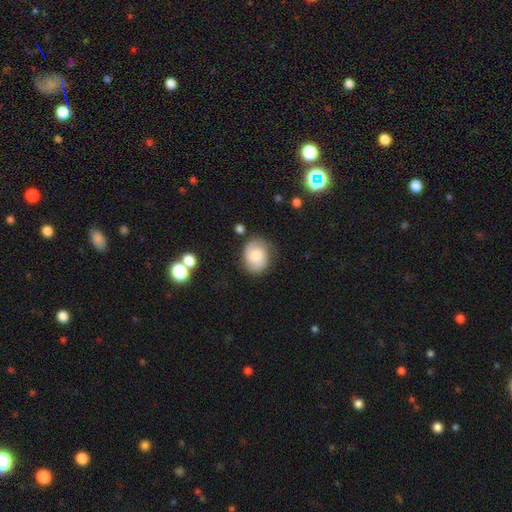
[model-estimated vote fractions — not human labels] smooth_or_featured: smooth (p=0.52) [alt: featured or disk p=0.40]
how_rounded: round (p=0.55) [alt: in between p=0.44]
merging: none (p=0.72) [alt: minor disturbance p=0.19]